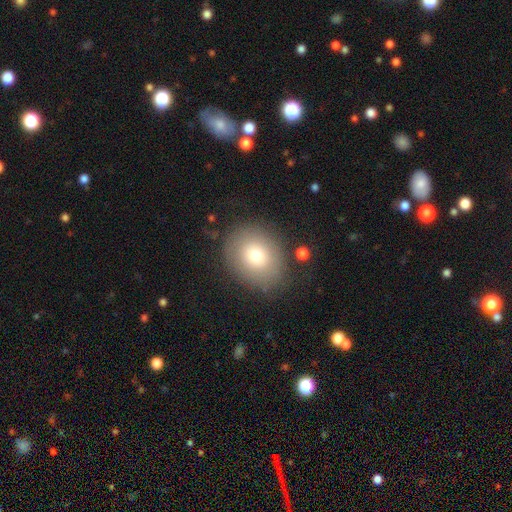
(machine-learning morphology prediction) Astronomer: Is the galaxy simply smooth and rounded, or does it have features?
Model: smooth — 73%.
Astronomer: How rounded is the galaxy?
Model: round — 60% (runner-up: in between, 39%).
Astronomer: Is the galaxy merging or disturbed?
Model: none — 81%.